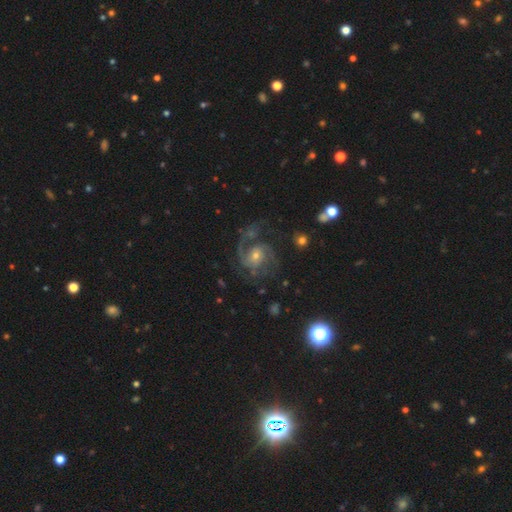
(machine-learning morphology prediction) Smooth or featured? featured or disk (87%)
Edge-on disk? no (98%)
Bar? no (60%)
Spiral arms? yes (97%)
Spiral winding? medium (50%)
Spiral arm count? 2 (52%)
Bulge size? small (55%)
Merging? none (65%)